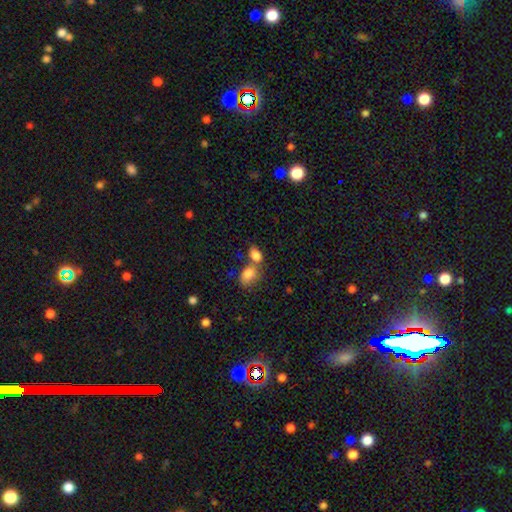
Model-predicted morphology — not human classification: A smooth galaxy with no disk features (83%) that is in between round and cigar-shaped (84%).

Vote fractions:
- Smooth or featured? smooth: 83% / star or artifact: 9% / featured or disk: 8%
- How rounded? in between: 84% / round: 14% / cigar-shaped: 2%
- Merging? merger: 51% / none: 35% / minor disturbance: 10% / major disturbance: 5%